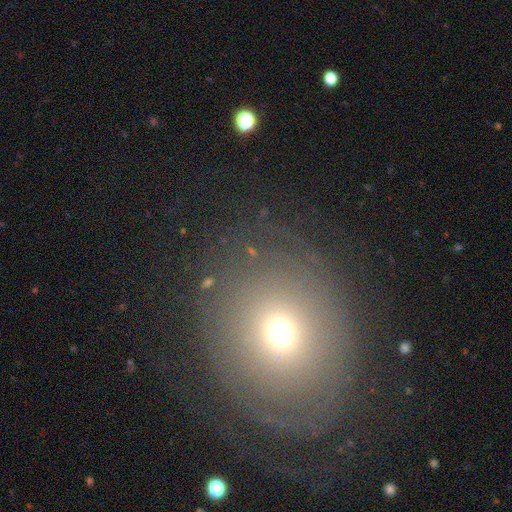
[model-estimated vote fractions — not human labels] This appears to be a smooth galaxy with no disk features (55%) that is round (69%). Merging: none (77%).